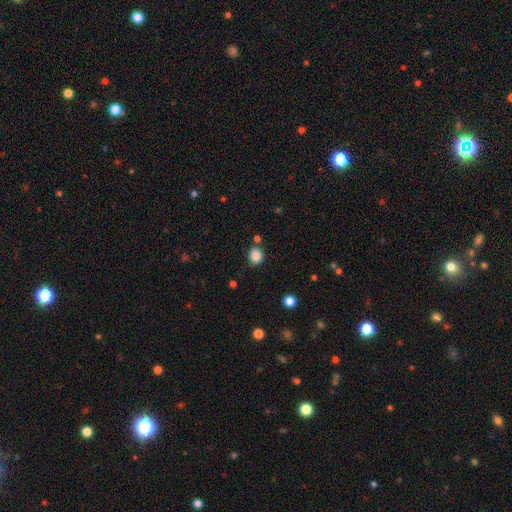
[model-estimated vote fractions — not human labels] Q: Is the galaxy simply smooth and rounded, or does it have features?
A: smooth — 86%.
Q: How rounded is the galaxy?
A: round — 71%.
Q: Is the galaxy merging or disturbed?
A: none — 74%.